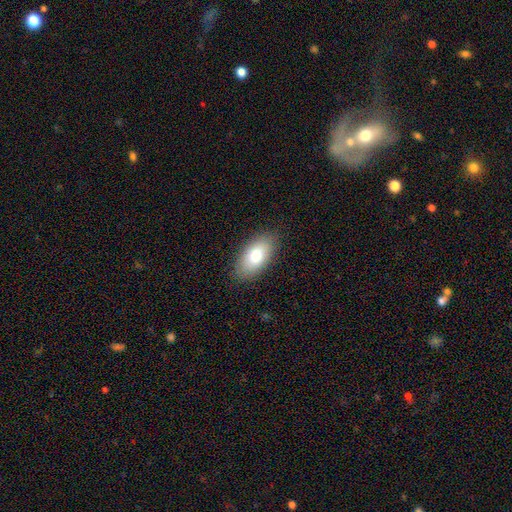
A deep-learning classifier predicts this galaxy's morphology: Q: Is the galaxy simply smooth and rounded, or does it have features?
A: smooth — 76%.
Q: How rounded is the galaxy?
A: in between — 92%.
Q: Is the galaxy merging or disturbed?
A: none — 86%.